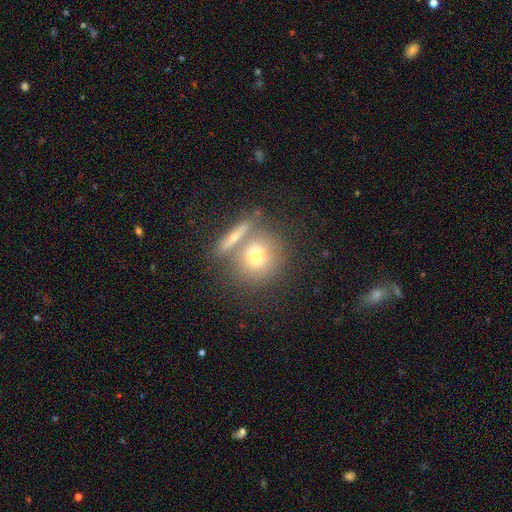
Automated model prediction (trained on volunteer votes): smooth_or_featured: smooth (p=0.63) [alt: featured or disk p=0.26]
how_rounded: round (p=0.83) [alt: in between p=0.14]
merging: none (p=0.56) [alt: merger p=0.29]